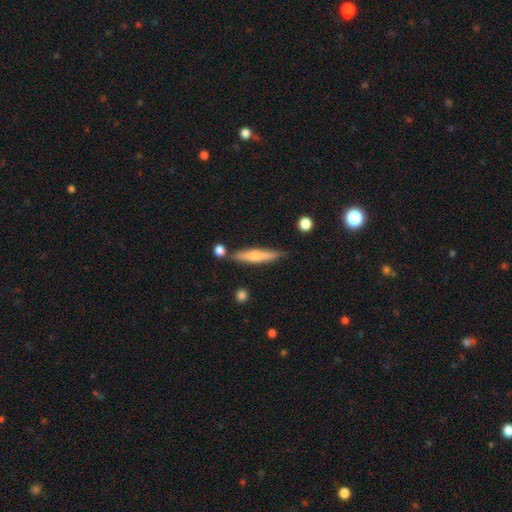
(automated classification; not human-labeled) Morphology: type=smooth (59%); roundness=cigar-shaped (89%); merging=none (79%).